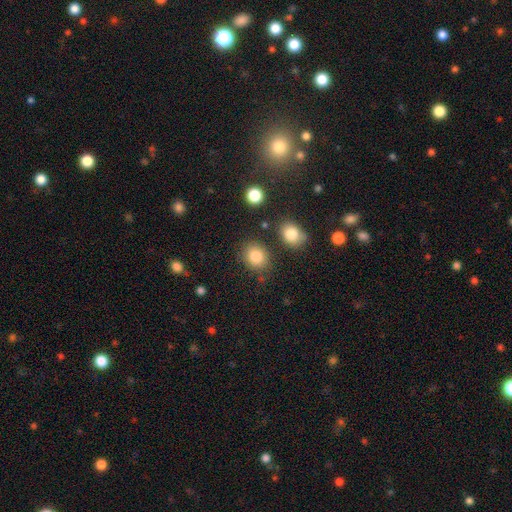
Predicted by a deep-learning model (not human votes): smooth-or-featured: smooth: 84% | star or artifact: 10% | featured or disk: 6%
  how-rounded: round: 59% | in between: 40% | cigar-shaped: 1%
  merging: none: 79% | minor disturbance: 11% | merger: 6% | major disturbance: 4%